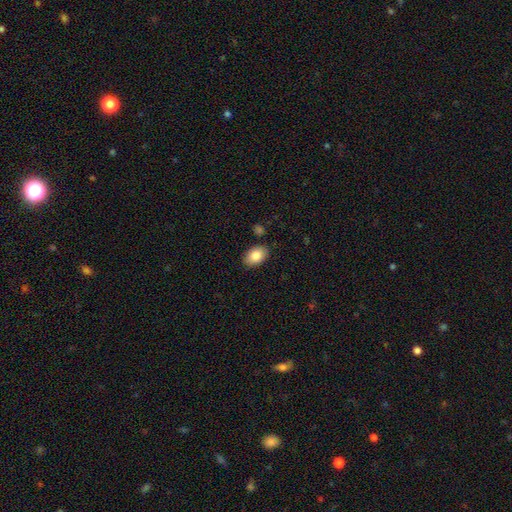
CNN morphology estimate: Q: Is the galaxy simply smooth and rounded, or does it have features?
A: smooth — 84%.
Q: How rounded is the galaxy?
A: in between — 89%.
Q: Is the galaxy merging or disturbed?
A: none — 86%.